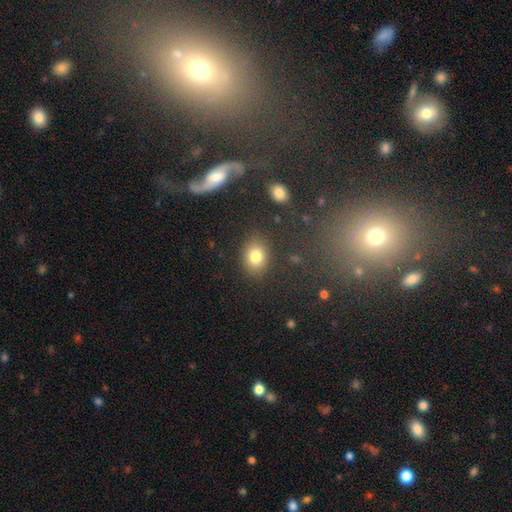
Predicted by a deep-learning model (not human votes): Morphology: type=smooth (76%); roundness=in between (68%); merging=none (85%).